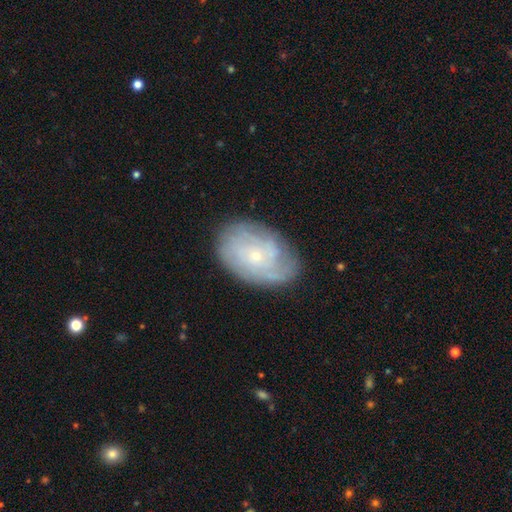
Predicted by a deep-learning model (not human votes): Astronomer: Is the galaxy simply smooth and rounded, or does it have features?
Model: featured or disk — 68%.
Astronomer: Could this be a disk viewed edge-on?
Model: no — 96%.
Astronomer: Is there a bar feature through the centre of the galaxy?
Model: no — 82%.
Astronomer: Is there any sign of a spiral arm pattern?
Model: yes — 83%.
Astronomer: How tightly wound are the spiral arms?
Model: tight — 65%.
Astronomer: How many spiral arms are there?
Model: can't tell — 55%.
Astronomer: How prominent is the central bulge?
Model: small — 81%.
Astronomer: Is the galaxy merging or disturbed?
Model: none — 75%.